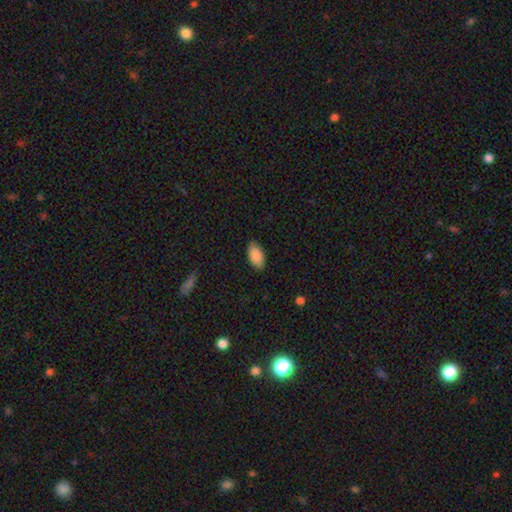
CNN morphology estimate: Overall: smooth (89%). How rounded: in between (94%). Merging: none (84%).